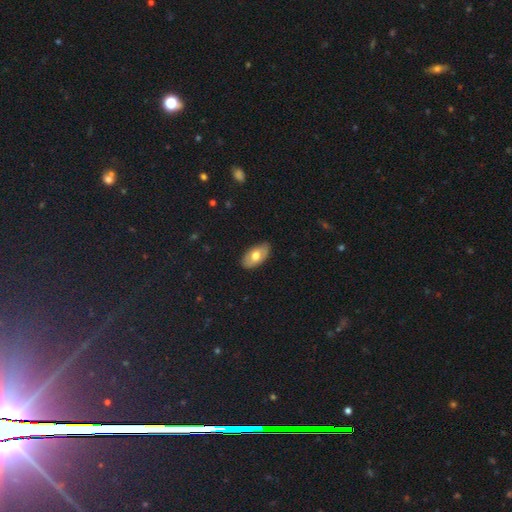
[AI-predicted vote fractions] This appears to be a smooth galaxy with no disk features (66%) that is in between round and cigar-shaped (94%). Merging: none (85%).